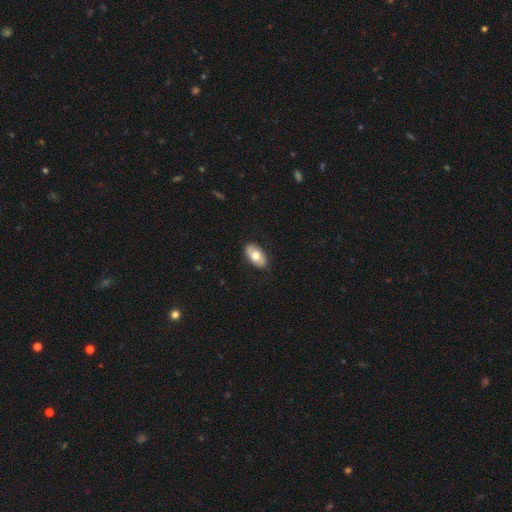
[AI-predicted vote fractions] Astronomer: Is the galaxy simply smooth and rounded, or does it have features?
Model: smooth — 69%.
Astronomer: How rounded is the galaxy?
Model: in between — 94%.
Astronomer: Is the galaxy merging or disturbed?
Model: none — 86%.